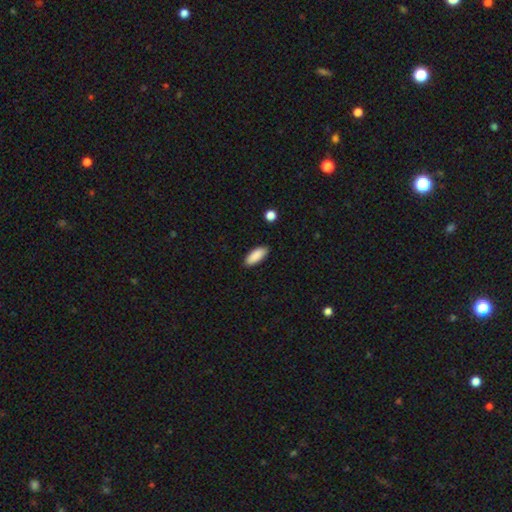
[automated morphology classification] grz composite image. It shows a smooth galaxy with no disk features (89%) that is in between round and cigar-shaped (81%). Merging: none (88%).